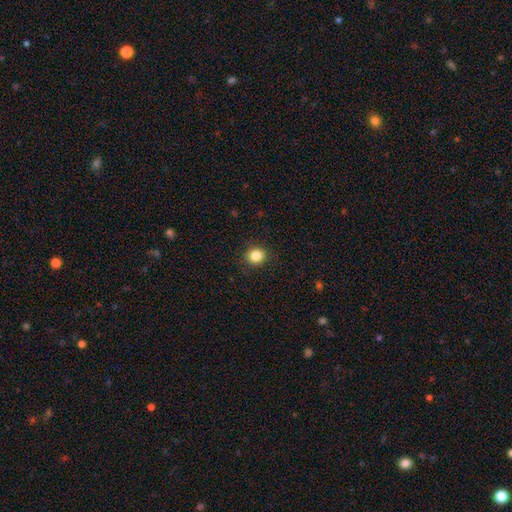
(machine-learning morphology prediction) type=smooth (85%); roundness=round (88%); merging=none (91%).